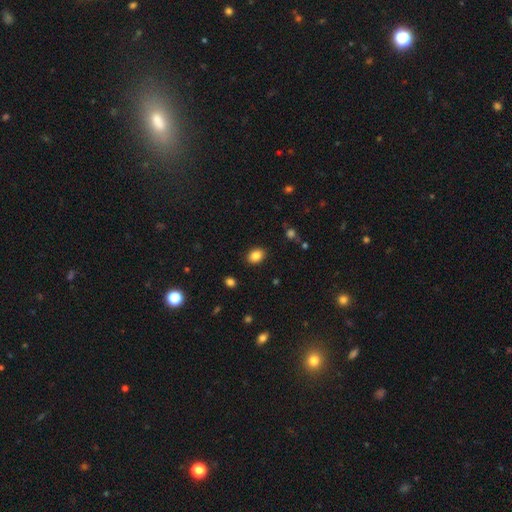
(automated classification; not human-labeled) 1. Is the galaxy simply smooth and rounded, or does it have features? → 86% smooth, 10% star or artifact, 5% featured or disk.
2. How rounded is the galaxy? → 64% in between, 35% round, 1% cigar-shaped.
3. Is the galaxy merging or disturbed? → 88% none, 8% minor disturbance, 2% major disturbance, 1% merger.